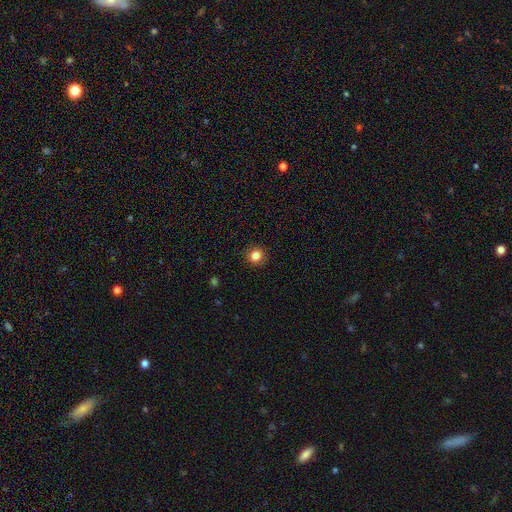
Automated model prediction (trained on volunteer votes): Smooth or featured? Predicted: smooth (p=0.83). How rounded? Predicted: round (p=0.92). Merging? Predicted: none (p=0.92).